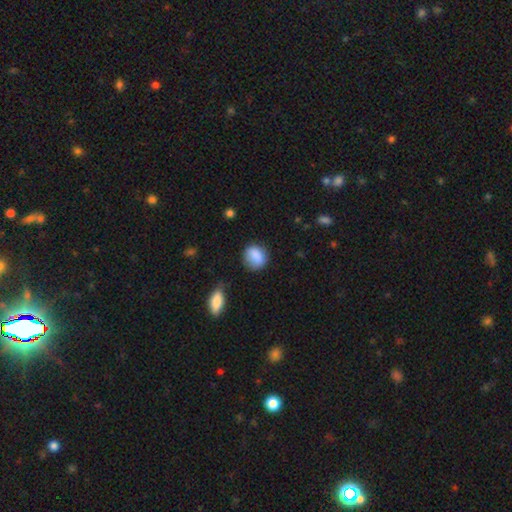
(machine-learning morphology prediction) Smooth or featured? Predicted: smooth (p=0.86). How rounded? Predicted: round (p=0.64). Merging? Predicted: none (p=0.70).